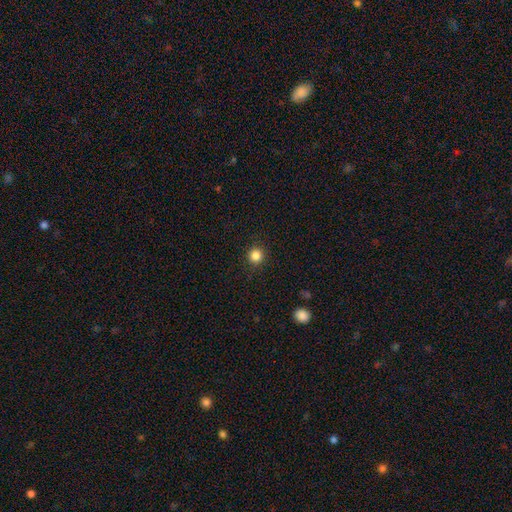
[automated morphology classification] Smooth or featured?
  - smooth: 85% *
  - star or artifact: 12%
  - featured or disk: 4%
How rounded?
  - round: 94% *
  - in between: 5%
  - cigar-shaped: 1%
Merging?
  - none: 92% *
  - minor disturbance: 5%
  - major disturbance: 2%
  - merger: 1%